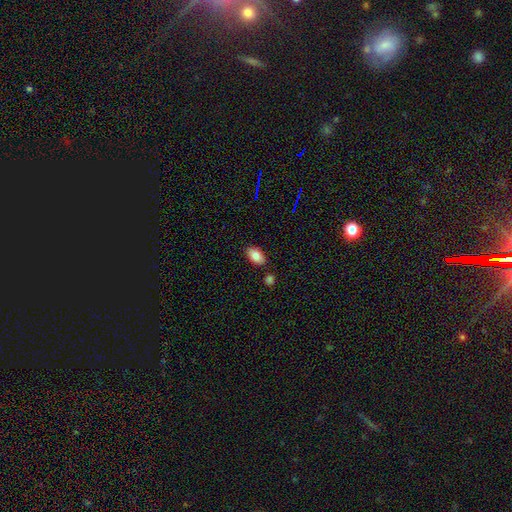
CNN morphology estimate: The model was most divided on "merging": none: 84%, minor disturbance: 10%, merger: 4%, major disturbance: 2%. More confident: how rounded — in between (93%); smooth or featured — smooth (84%).